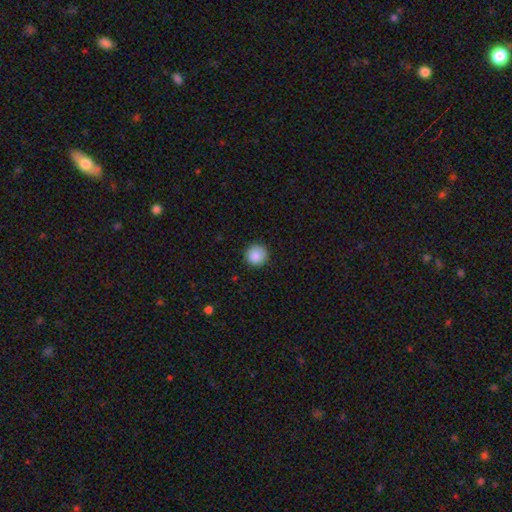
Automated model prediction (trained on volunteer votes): A smooth galaxy with no disk features (88%) that is round (95%). Merging: none (91%).